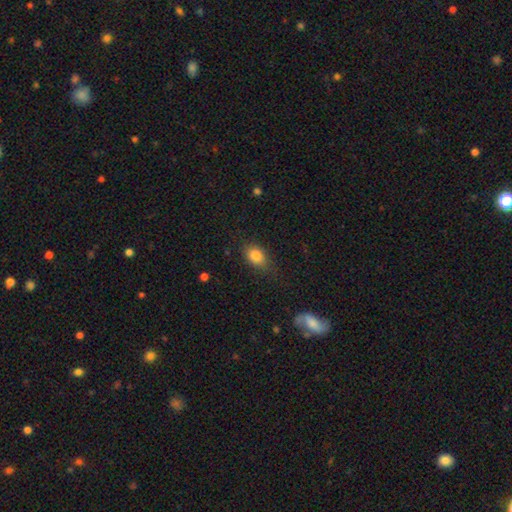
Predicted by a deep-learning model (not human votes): A smooth galaxy with no disk features (82%) that is in between round and cigar-shaped (71%).

Vote fractions:
- Smooth or featured? smooth: 82% / star or artifact: 10% / featured or disk: 8%
- How rounded? in between: 71% / round: 27% / cigar-shaped: 2%
- Merging? none: 75% / minor disturbance: 18% / major disturbance: 5% / merger: 2%